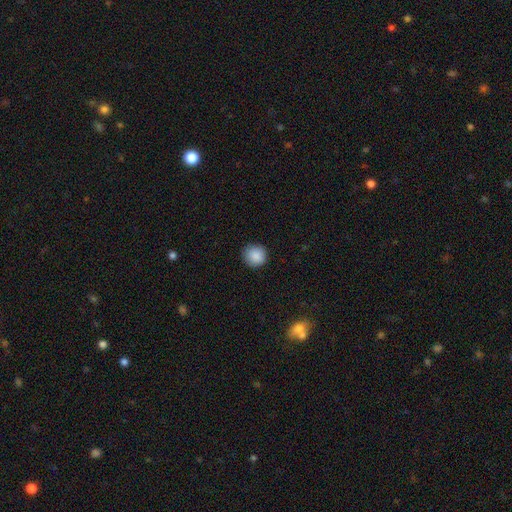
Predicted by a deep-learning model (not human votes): smooth 89%, star or artifact 8%, featured or disk 3%. Down the decision tree: how rounded — round (93%); merging — none (88%).